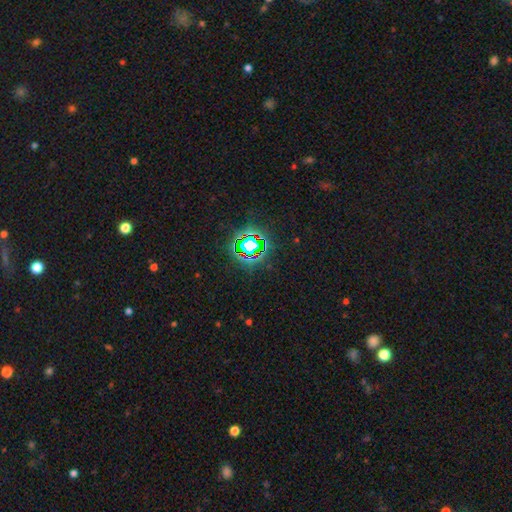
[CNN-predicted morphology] A star or artifact, not a galaxy (80%).

Vote fractions:
- Smooth or featured? star or artifact: 80% / smooth: 12% / featured or disk: 8%